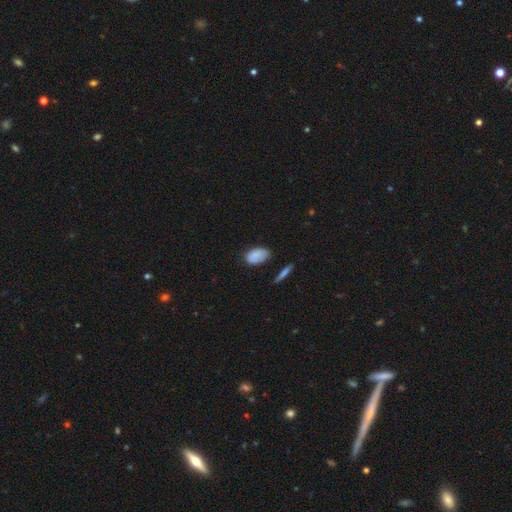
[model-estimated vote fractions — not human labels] Smooth or featured? Predicted: smooth (p=0.83). How rounded? Predicted: in between (p=0.92). Merging? Predicted: none (p=0.70).